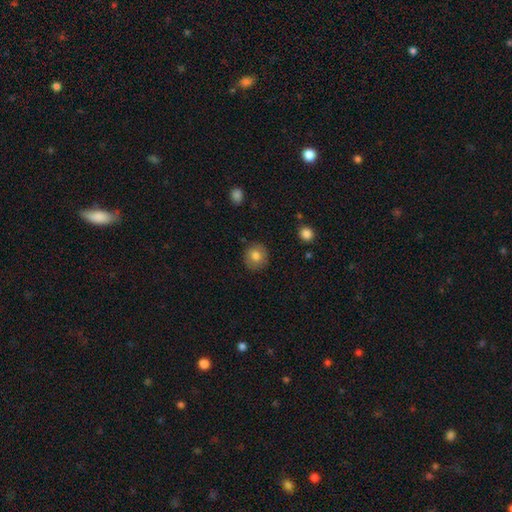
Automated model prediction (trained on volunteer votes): A smooth galaxy with no disk features (80%) that is round (90%).

Vote fractions:
- Smooth or featured? smooth: 80% / featured or disk: 12% / star or artifact: 9%
- How rounded? round: 90% / in between: 9% / cigar-shaped: 1%
- Merging? none: 88% / minor disturbance: 8% / major disturbance: 2% / merger: 1%